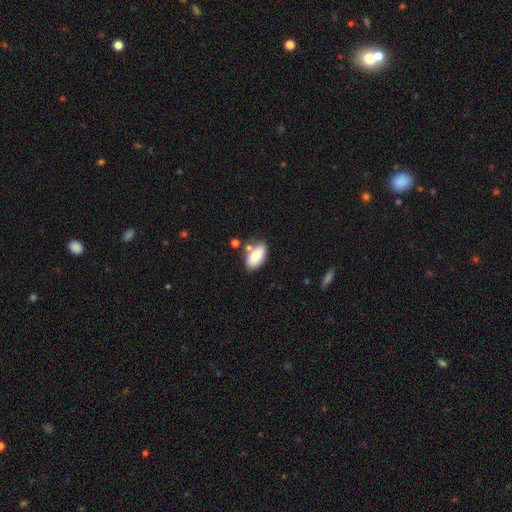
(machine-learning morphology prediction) Smooth or featured: smooth — 81% (featured or disk — 12%)
How rounded: in between — 93% (round — 4%)
Merging: none — 61% (minor disturbance — 18%)